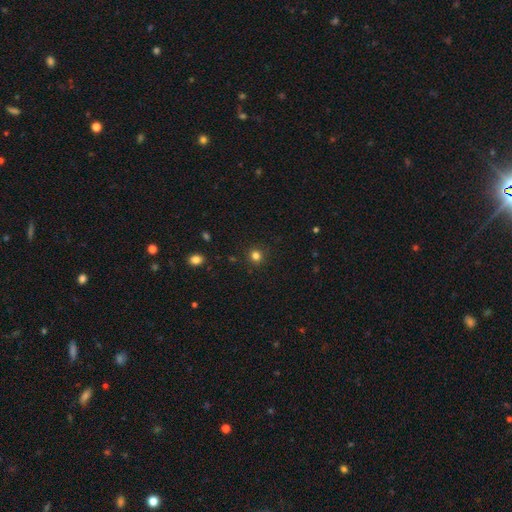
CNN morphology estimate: Q: Smooth or featured?
A: smooth (81%); runner-up: star or artifact (15%)
Q: How rounded?
A: round (90%); runner-up: in between (9%)
Q: Merging?
A: none (90%); runner-up: minor disturbance (6%)